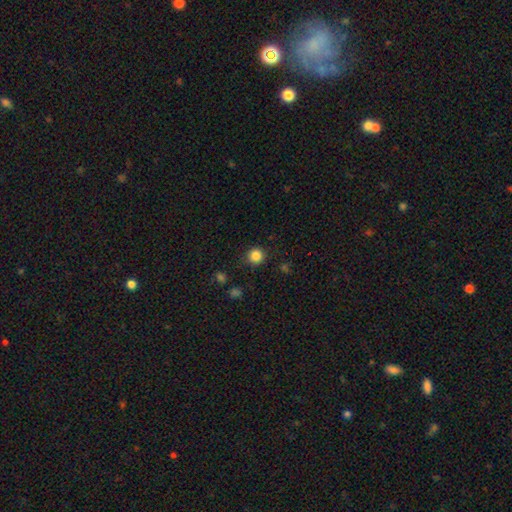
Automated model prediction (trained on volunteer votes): Smooth or featured? Predicted: smooth (p=0.85). How rounded? Predicted: round (p=0.94). Merging? Predicted: none (p=0.88).